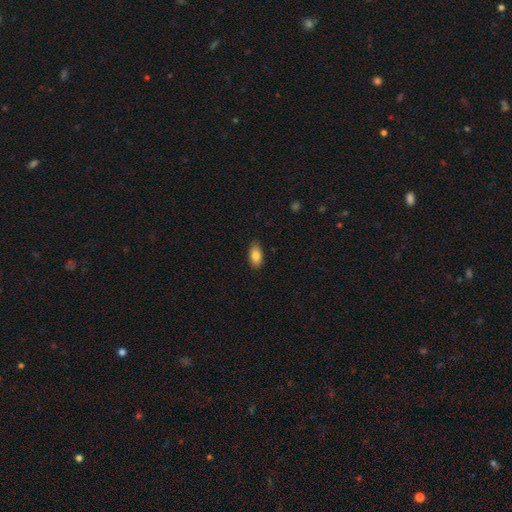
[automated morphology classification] smooth-or-featured: smooth: 85% | featured or disk: 8% | star or artifact: 7%
  how-rounded: in between: 91% | cigar-shaped: 5% | round: 4%
  merging: none: 87% | minor disturbance: 10% | major disturbance: 2% | merger: 1%